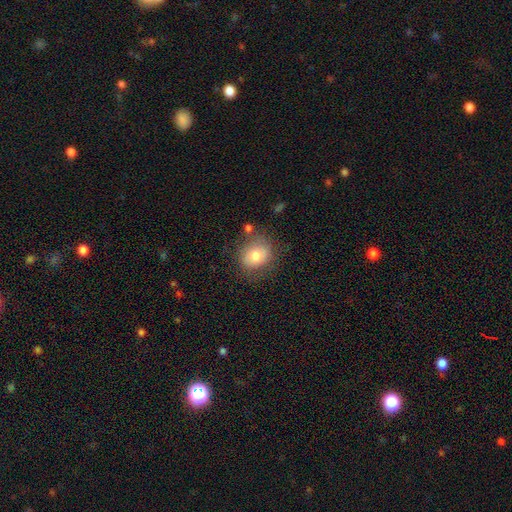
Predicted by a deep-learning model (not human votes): Smooth or featured?
  - smooth: 72% *
  - featured or disk: 19%
  - star or artifact: 9%
How rounded?
  - round: 62% *
  - in between: 37%
  - cigar-shaped: 1%
Merging?
  - none: 68% *
  - minor disturbance: 19%
  - major disturbance: 7%
  - merger: 5%